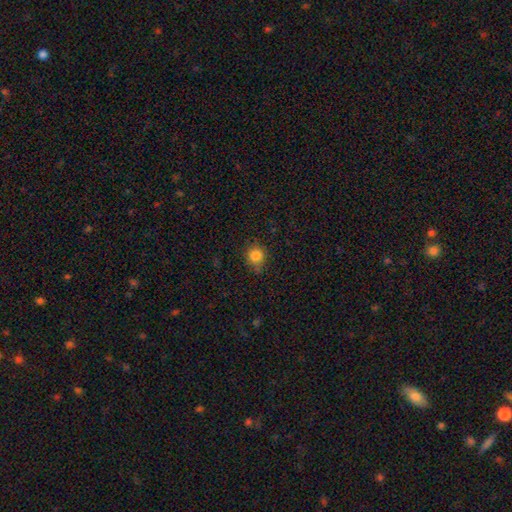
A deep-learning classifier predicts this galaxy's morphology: This is clearly a smooth galaxy (83%). How rounded: clearly round (84%). Merging: likely none (73%).